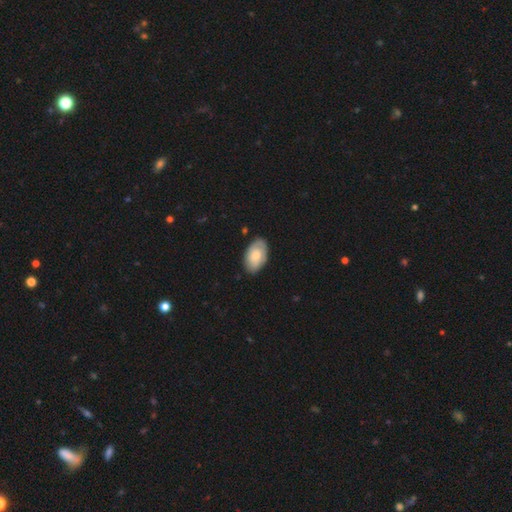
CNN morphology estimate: smooth-or-featured: smooth: 64% | featured or disk: 30% | star or artifact: 6%
  how-rounded: in between: 93% | round: 5% | cigar-shaped: 1%
  merging: none: 78% | minor disturbance: 18% | major disturbance: 3% | merger: 1%